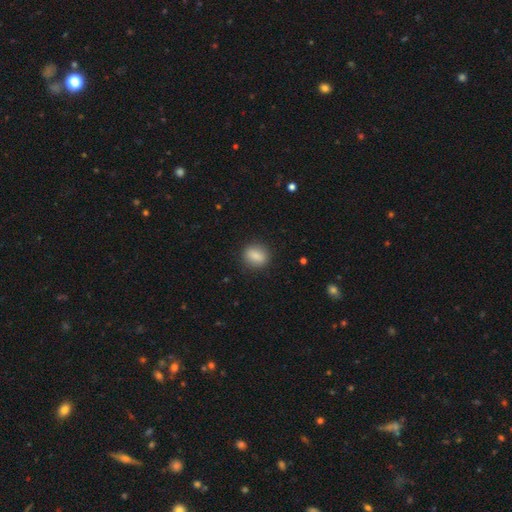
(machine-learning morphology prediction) Smooth or featured?
  - smooth: 85% *
  - star or artifact: 8%
  - featured or disk: 7%
How rounded?
  - in between: 53% *
  - round: 45%
  - cigar-shaped: 2%
Merging?
  - none: 87% *
  - minor disturbance: 9%
  - major disturbance: 3%
  - merger: 1%